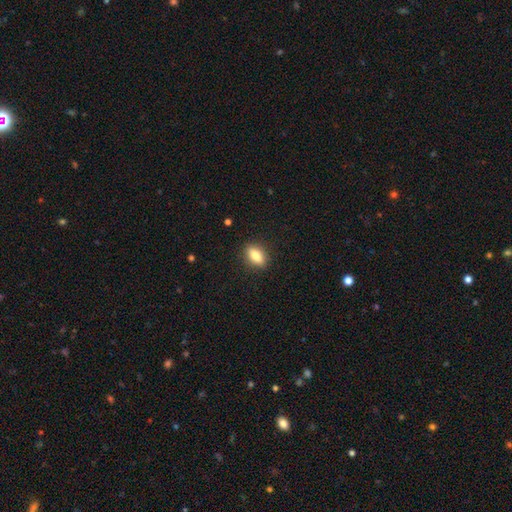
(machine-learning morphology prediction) A smooth galaxy with no disk features (81%) that is in between round and cigar-shaped (81%). Merging: none (88%).